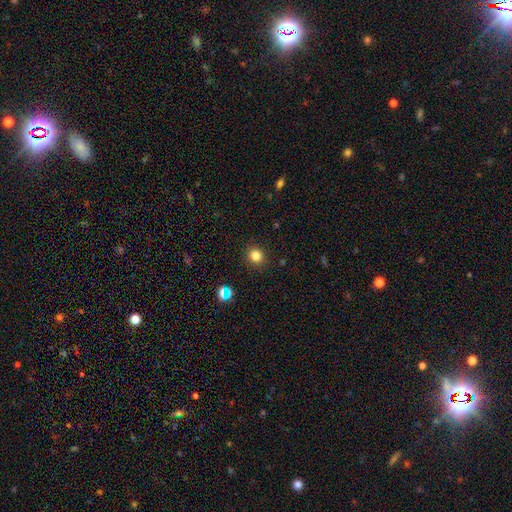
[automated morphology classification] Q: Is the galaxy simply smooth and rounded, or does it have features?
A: smooth — 81%.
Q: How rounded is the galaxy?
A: round — 87%.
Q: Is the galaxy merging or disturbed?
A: none — 91%.